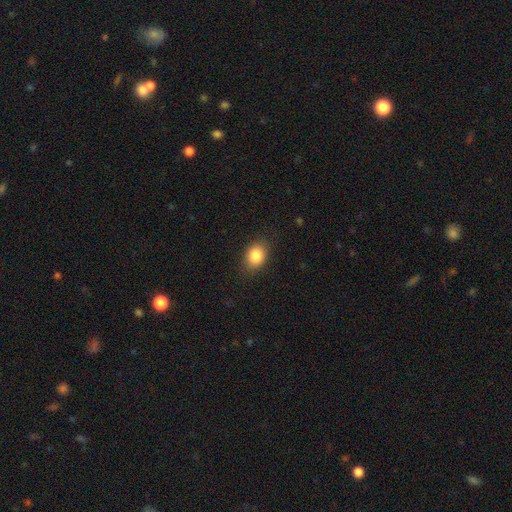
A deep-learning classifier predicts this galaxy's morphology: Overall: smooth (84%). How rounded: in between (67%; round 32%). Merging: none (86%).